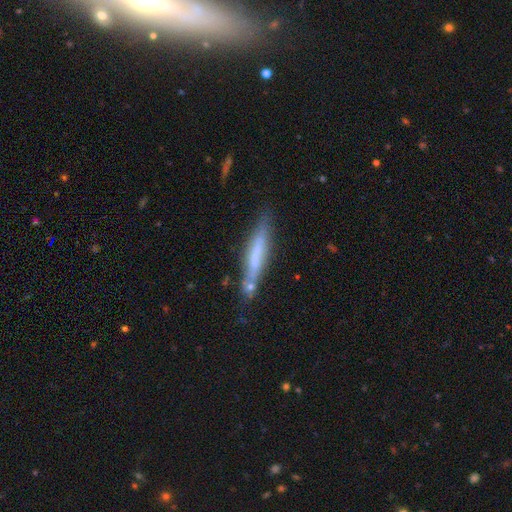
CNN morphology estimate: This is possibly a smooth galaxy (51%). How rounded: clearly cigar-shaped (92%). Merging: likely none (69%).